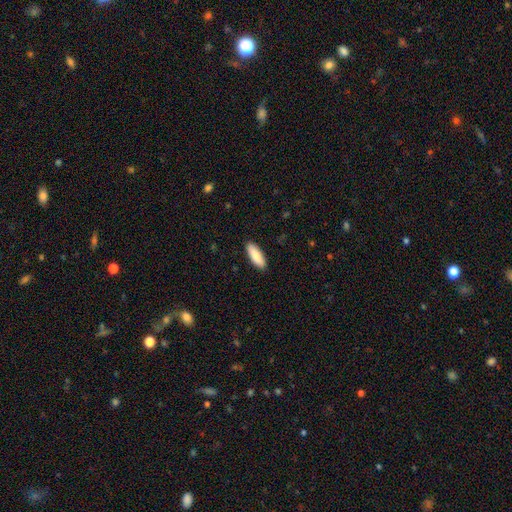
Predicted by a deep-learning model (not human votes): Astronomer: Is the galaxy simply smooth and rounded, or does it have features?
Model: smooth — 85%.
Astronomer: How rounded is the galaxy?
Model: in between — 70%.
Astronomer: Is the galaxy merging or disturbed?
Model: none — 90%.